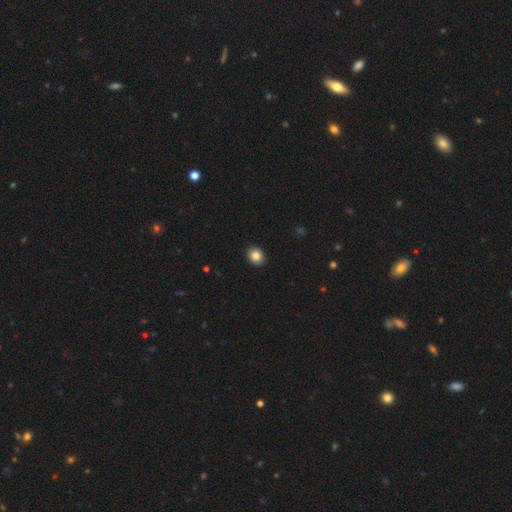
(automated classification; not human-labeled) smooth-or-featured: smooth: 86% | star or artifact: 9% | featured or disk: 5%
  how-rounded: round: 58% | in between: 42% | cigar-shaped: 1%
  merging: none: 91% | minor disturbance: 6% | major disturbance: 2% | merger: 1%